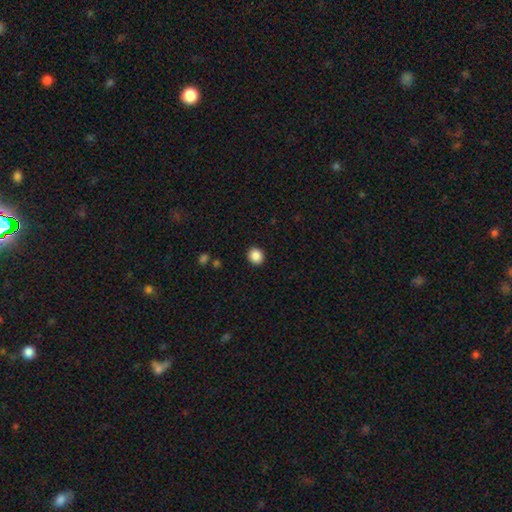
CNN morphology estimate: A smooth galaxy with no disk features (88%) that is round (80%).

Vote fractions:
- Smooth or featured? smooth: 88% / star or artifact: 9% / featured or disk: 3%
- How rounded? round: 80% / in between: 19% / cigar-shaped: 1%
- Merging? none: 92% / minor disturbance: 5% / major disturbance: 2% / merger: 1%